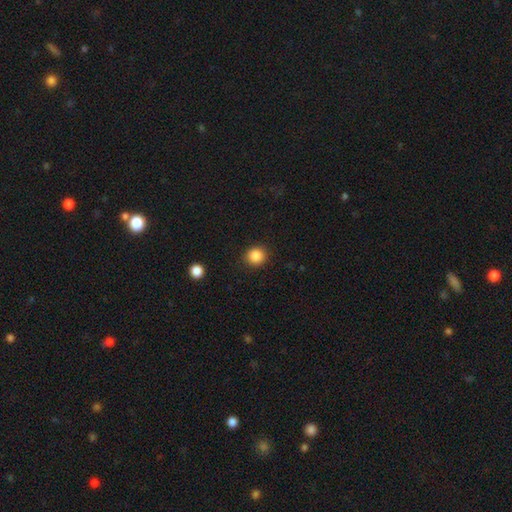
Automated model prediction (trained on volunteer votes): Q: Smooth or featured?
A: smooth (86%); runner-up: star or artifact (10%)
Q: How rounded?
A: round (87%); runner-up: in between (12%)
Q: Merging?
A: none (90%); runner-up: minor disturbance (6%)